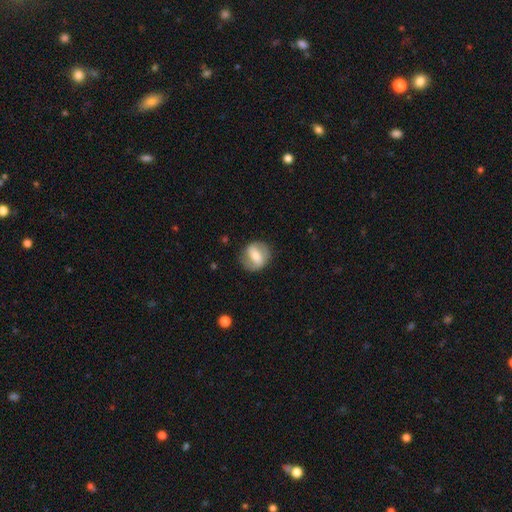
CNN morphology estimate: A featured or disk galaxy (47%).

Vote fractions:
- Smooth or featured? featured or disk: 47% / smooth: 46% / star or artifact: 7%
- Merging? none: 76% / minor disturbance: 16% / major disturbance: 7% / merger: 1%